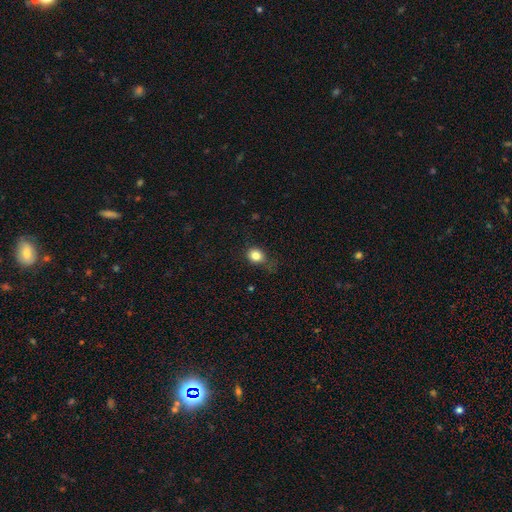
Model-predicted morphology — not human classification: A smooth galaxy with no disk features (82%) that is round (67%). Merging: none (66%).